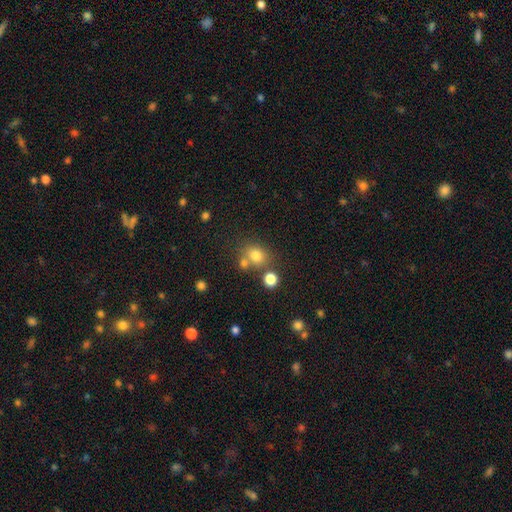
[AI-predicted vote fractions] Morphology: type=smooth (77%); roundness=round (64%); merging=none (61%).